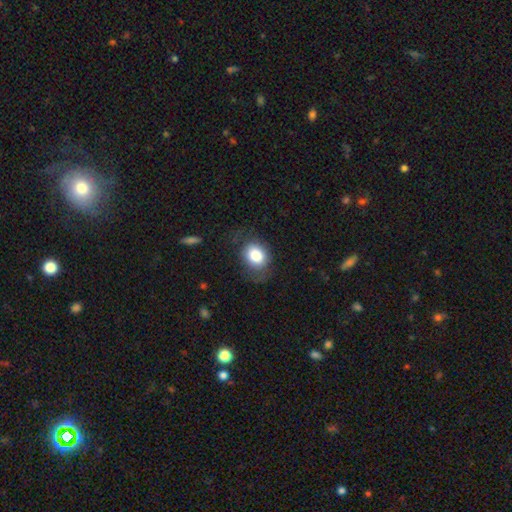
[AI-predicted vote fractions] Smooth or featured? smooth (79%)
How rounded? round (52%)
Merging? none (65%)